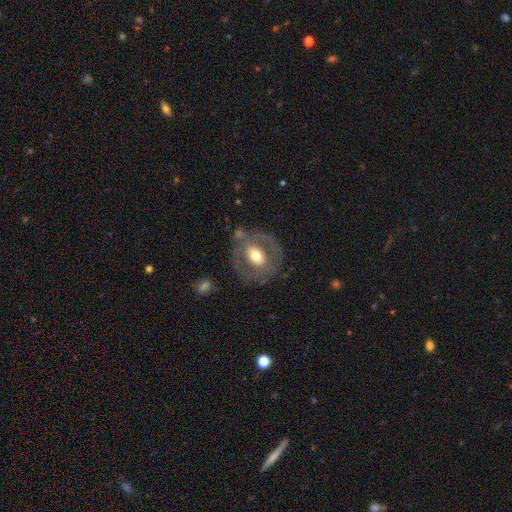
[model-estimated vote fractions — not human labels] This is possibly a featured or disk galaxy (53%). It is clearly not viewed edge-on (94%). Merging: likely none (72%).